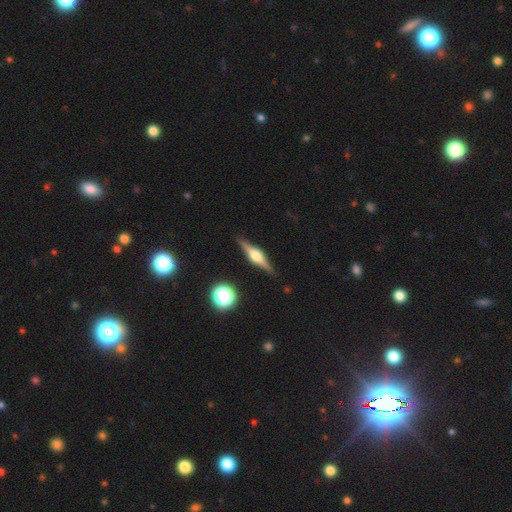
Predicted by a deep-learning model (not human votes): featured or disk 79%, smooth 15%, star or artifact 7%. Down the decision tree: edge-on disk — yes (97%); edge-on bulge — rounded (89%); merging — none (90%).